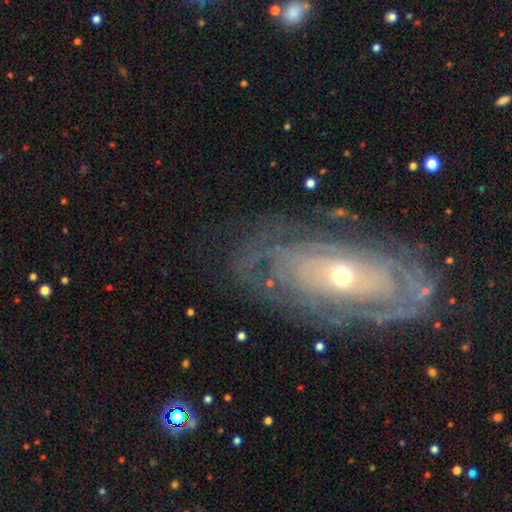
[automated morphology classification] The model was most divided on "bulge size": moderate: 58%, small: 34%, large: 5%, dominant: 1%, none: 1%. More confident: edge-on disk — no (91%); smooth or featured — featured or disk (81%); spiral arms — yes (80%); bar — no (79%); spiral winding — tight (76%); merging — none (74%); spiral arm count — can't tell (52%).